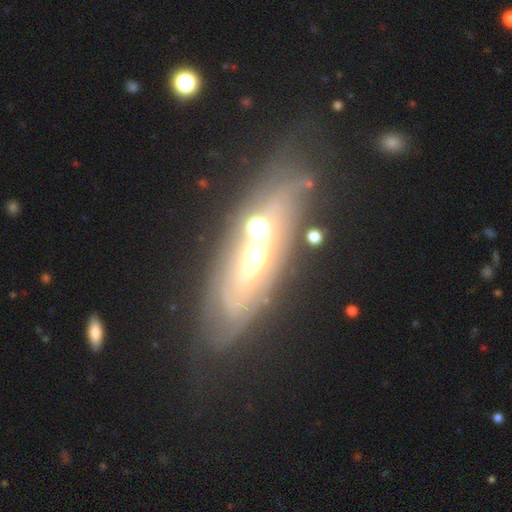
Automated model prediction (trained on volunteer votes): Smooth or featured? featured or disk (77%)
Edge-on disk? no (73%)
Bar? no (75%)
Spiral arms? yes (57%)
Bulge size? moderate (67%)
Merging? none (63%)